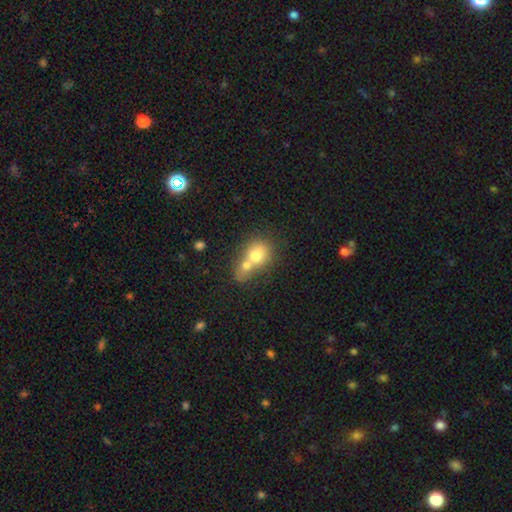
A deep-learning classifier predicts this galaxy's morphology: smooth_or_featured: smooth (p=0.70) [alt: featured or disk p=0.21]
how_rounded: round (p=0.61) [alt: in between p=0.37]
merging: merger (p=0.70) [alt: none p=0.20]